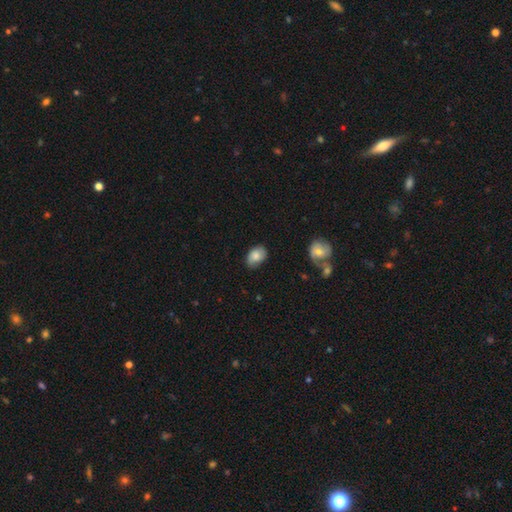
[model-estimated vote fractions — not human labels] This appears to be a smooth galaxy with no disk features (76%) that is in between round and cigar-shaped (83%). Merging: none (73%).